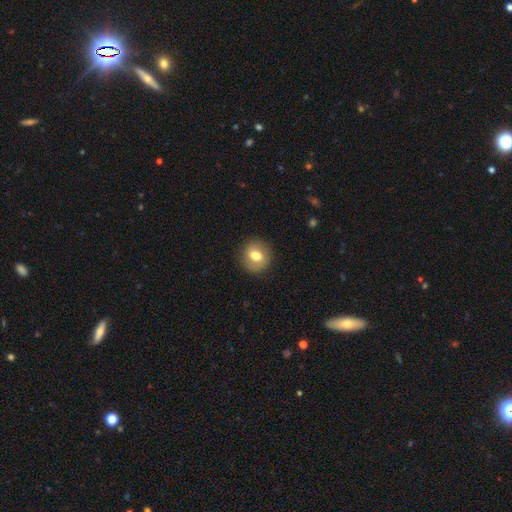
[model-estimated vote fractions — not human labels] Smooth or featured? smooth (74%)
How rounded? round (83%)
Merging? none (88%)